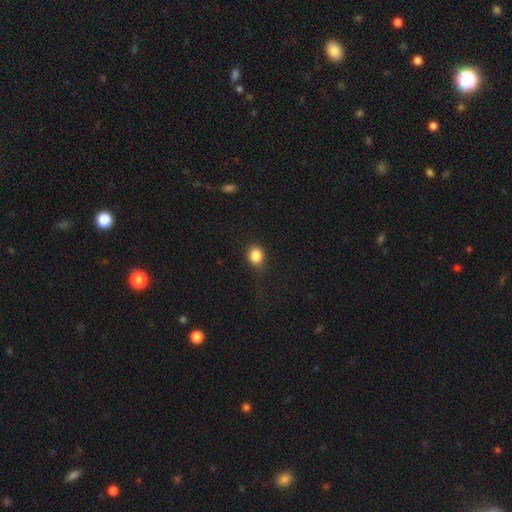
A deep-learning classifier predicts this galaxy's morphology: Overall: smooth (84%). How rounded: round (64%; in between 35%). Merging: none (69%).